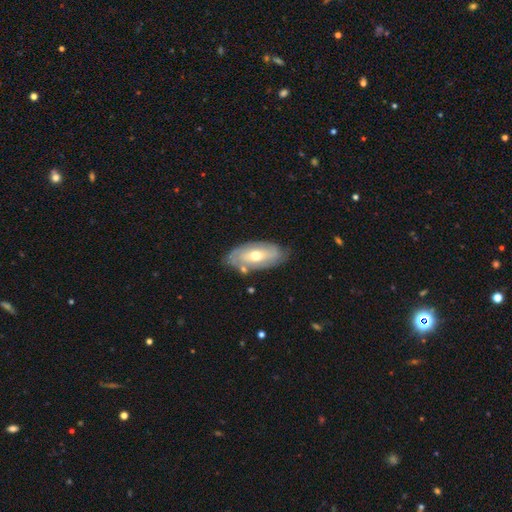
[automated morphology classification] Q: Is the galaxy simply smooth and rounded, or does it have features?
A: featured or disk — 53%.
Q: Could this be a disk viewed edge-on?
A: no — 85%.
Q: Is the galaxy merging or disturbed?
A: none — 71%.